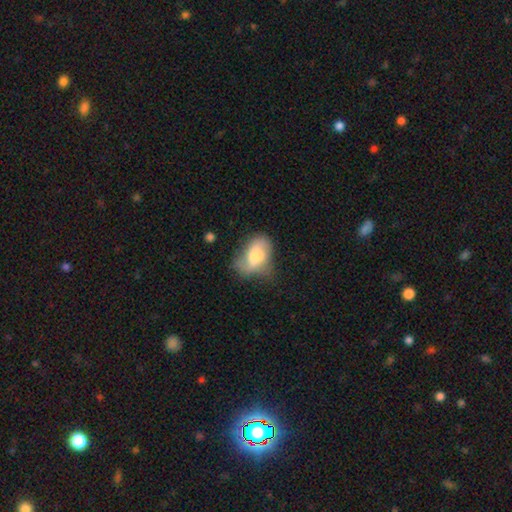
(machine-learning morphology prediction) The model was most divided on "merging": none: 39%, minor disturbance: 36%, major disturbance: 21%, merger: 4%. More confident: how rounded — in between (85%); smooth or featured — smooth (57%).